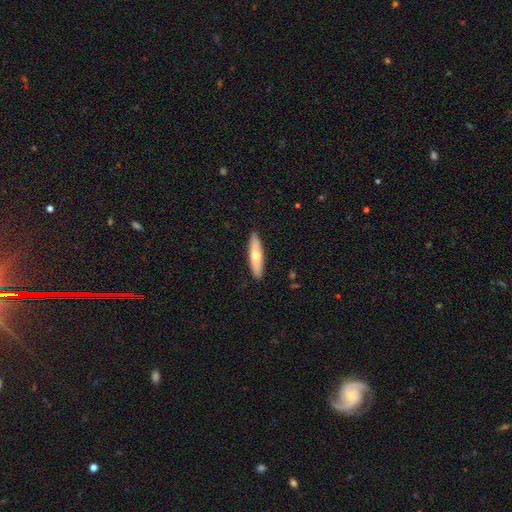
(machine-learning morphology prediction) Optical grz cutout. It shows a smooth galaxy with no disk features (58%) that is cigar-shaped (71%). Merging: none (89%).